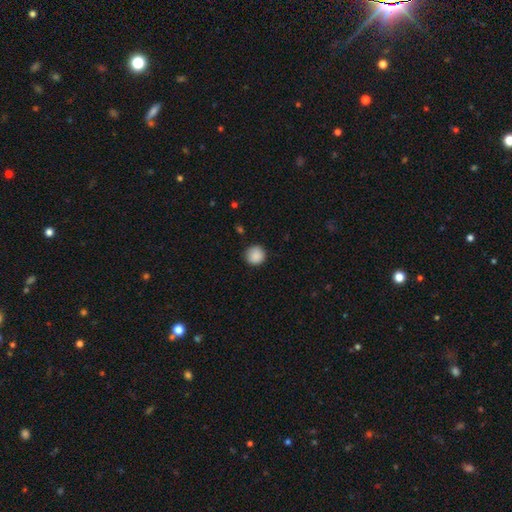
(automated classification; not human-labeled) Smooth or featured? Predicted: smooth (p=0.89). How rounded? Predicted: round (p=0.94). Merging? Predicted: none (p=0.88).